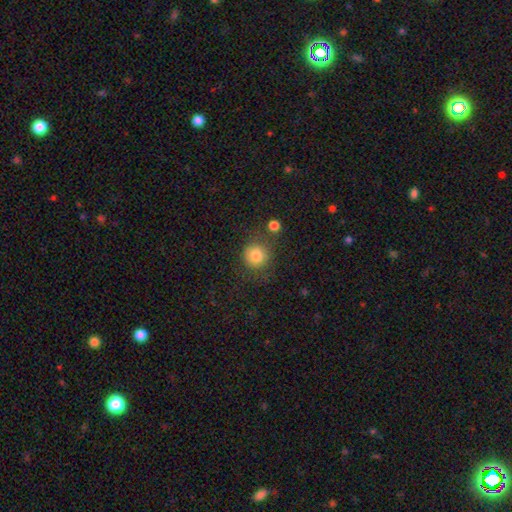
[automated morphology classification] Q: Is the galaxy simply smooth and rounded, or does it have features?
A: smooth — 83%.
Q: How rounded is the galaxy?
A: round — 92%.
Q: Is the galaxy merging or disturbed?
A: none — 76%.